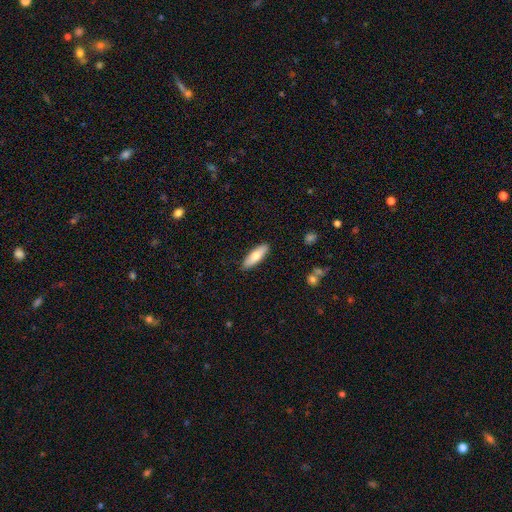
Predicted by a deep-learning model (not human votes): Overall: smooth (72%). How rounded: in between (53%; cigar-shaped 45%). Merging: none (88%).